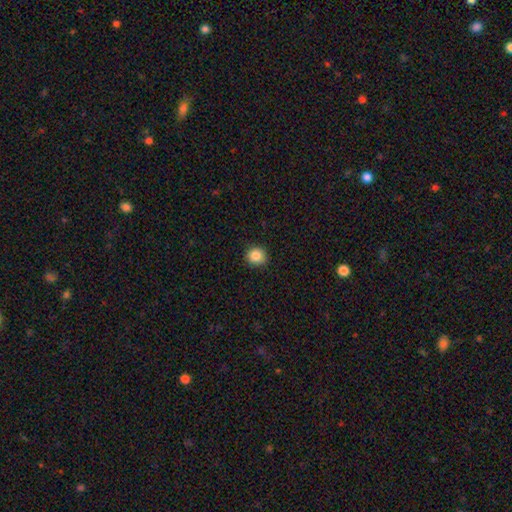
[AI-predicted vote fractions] Smooth or featured? smooth (86%)
How rounded? round (88%)
Merging? none (90%)